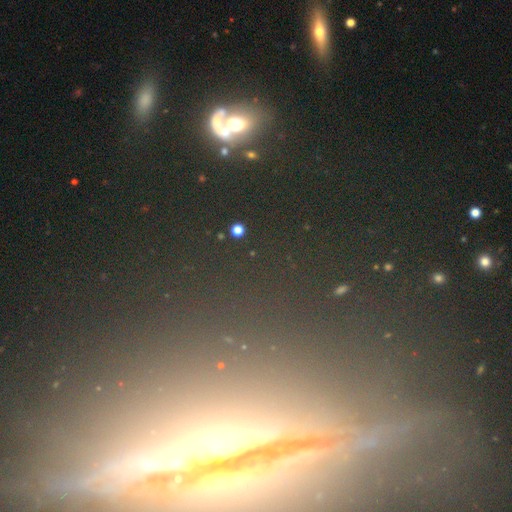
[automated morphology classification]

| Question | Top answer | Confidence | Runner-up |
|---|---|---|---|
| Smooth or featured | star or artifact | 51% | featured or disk (32%) |